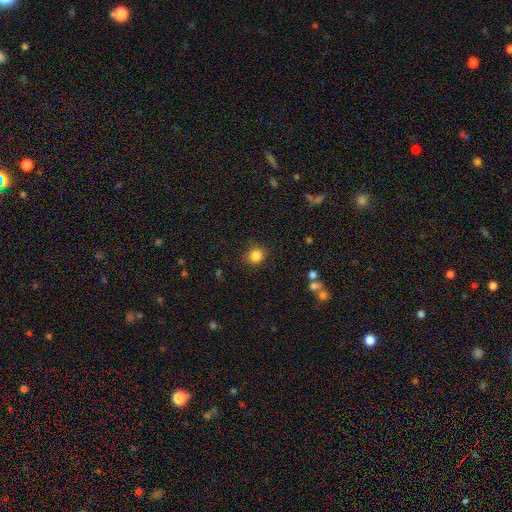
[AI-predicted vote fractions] A smooth galaxy with no disk features (84%) that is round (85%). Merging: none (88%).